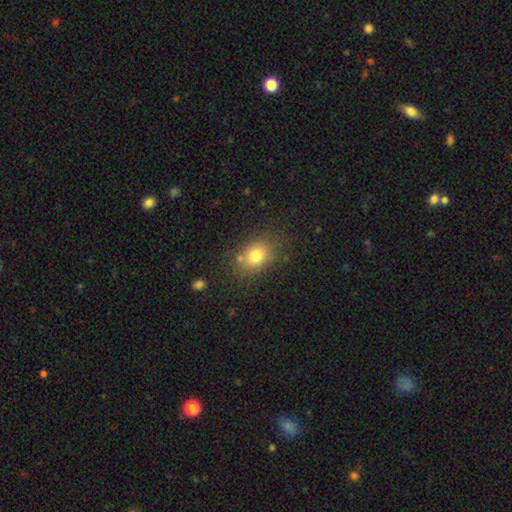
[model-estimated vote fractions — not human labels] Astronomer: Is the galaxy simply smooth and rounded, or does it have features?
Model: smooth — 78%.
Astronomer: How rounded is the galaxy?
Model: in between — 63%.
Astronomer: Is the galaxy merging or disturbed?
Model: none — 78%.